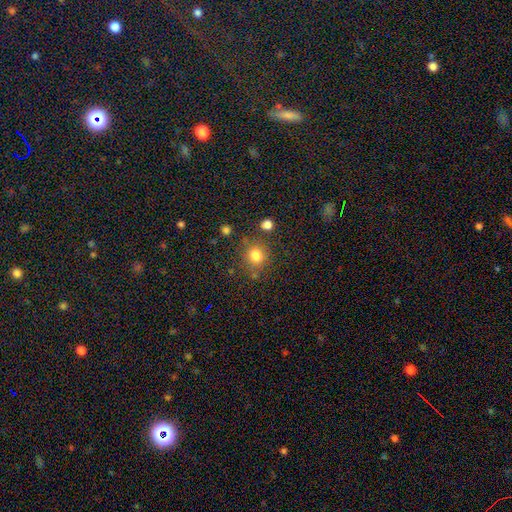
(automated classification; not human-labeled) The model was most divided on "smooth or featured": smooth: 80%, star or artifact: 14%, featured or disk: 6%. More confident: how rounded — round (88%); merging — none (79%).